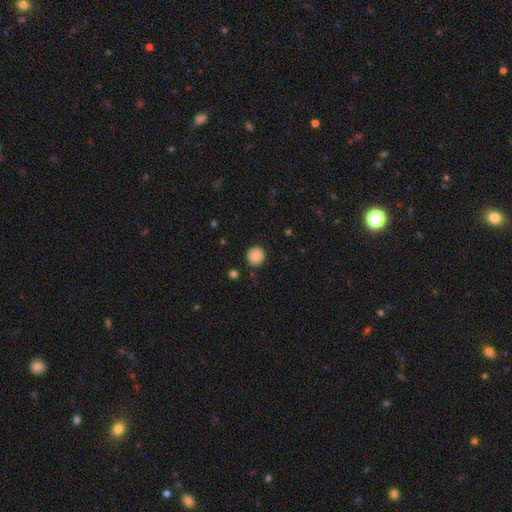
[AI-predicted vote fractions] Smooth or featured? Predicted: smooth (p=0.86). How rounded? Predicted: round (p=0.92). Merging? Predicted: none (p=0.87).